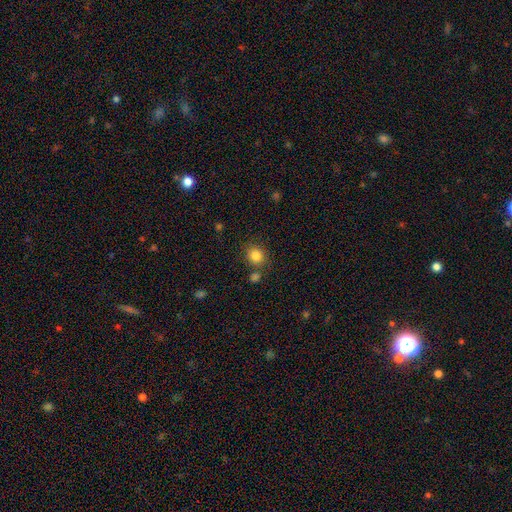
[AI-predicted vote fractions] smooth 84%, star or artifact 10%, featured or disk 6%. Down the decision tree: how rounded — round (76%); merging — none (76%).